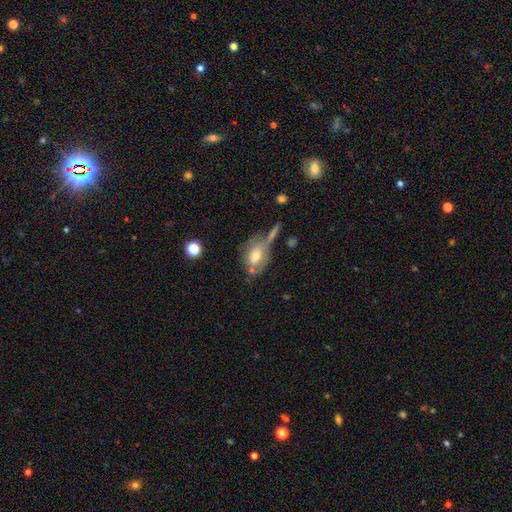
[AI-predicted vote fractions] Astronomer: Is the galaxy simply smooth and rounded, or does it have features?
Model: smooth — 57% (runner-up: featured or disk, 34%).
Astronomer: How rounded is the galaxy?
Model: in between — 81%.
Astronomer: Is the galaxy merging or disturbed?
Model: none — 38% (runner-up: merger, 24%).